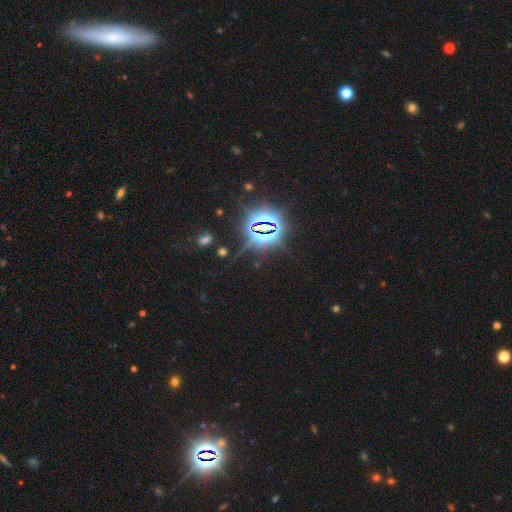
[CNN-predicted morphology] This appears to be a star or artifact, not a galaxy (84%).